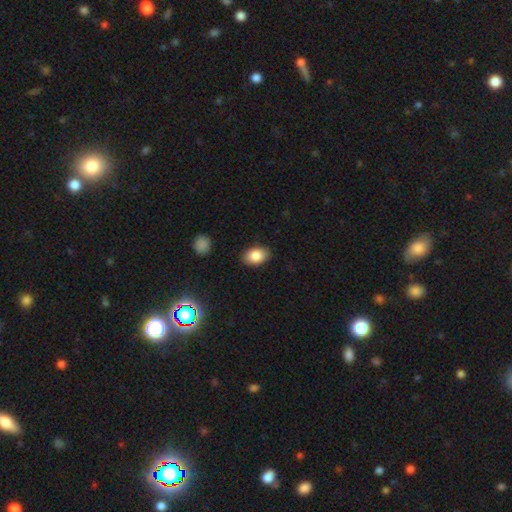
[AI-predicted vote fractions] This appears to be a smooth galaxy with no disk features (85%) that is in between round and cigar-shaped (85%). Merging: none (87%).